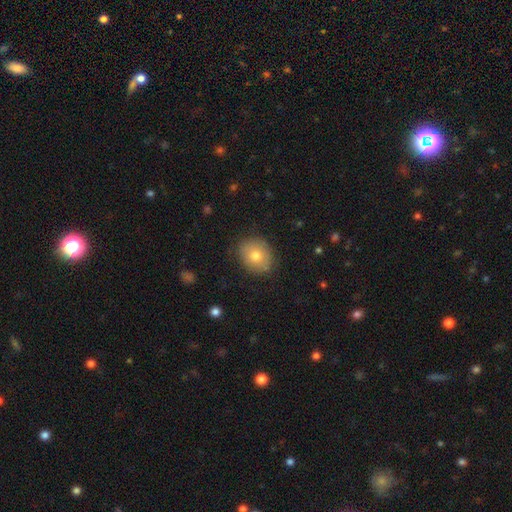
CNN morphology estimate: Q: Smooth or featured?
A: smooth (75%); runner-up: featured or disk (16%)
Q: How rounded?
A: round (54%); runner-up: in between (46%)
Q: Merging?
A: none (83%); runner-up: minor disturbance (13%)